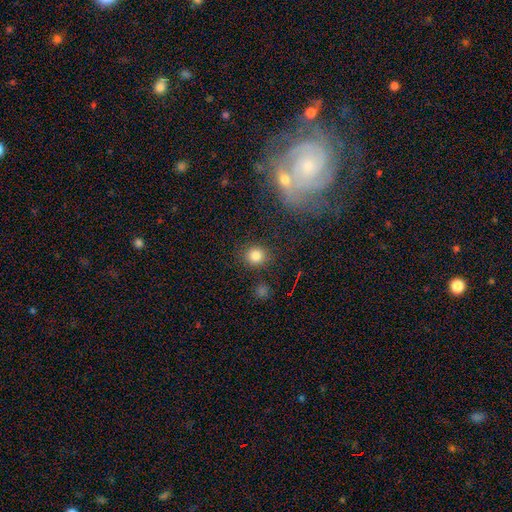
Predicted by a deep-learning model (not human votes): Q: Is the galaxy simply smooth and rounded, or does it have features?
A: smooth — 82%.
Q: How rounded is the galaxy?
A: round — 85%.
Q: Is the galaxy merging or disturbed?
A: none — 86%.